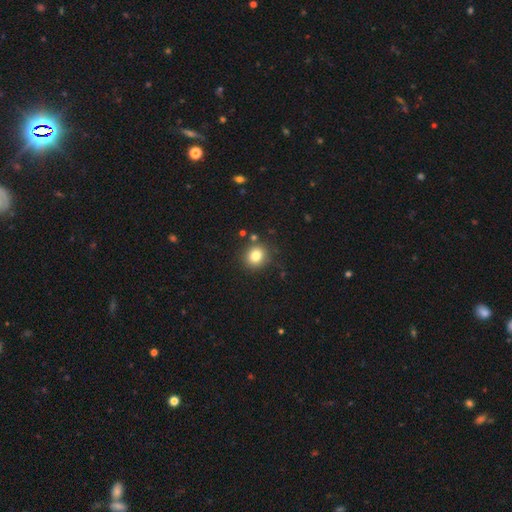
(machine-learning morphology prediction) type=smooth (81%); roundness=round (83%); merging=none (84%).